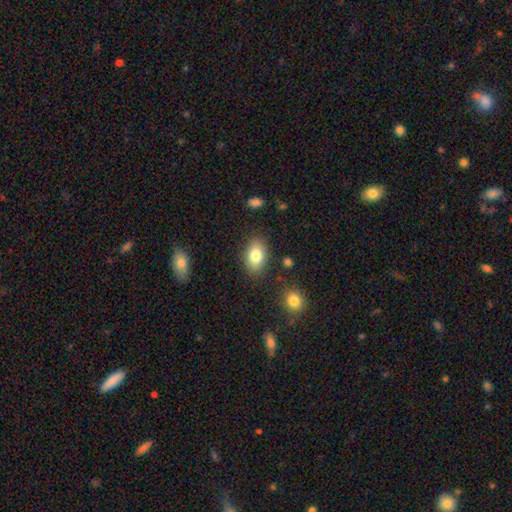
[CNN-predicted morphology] Overall: smooth (81%). How rounded: in between (87%). Merging: none (83%).